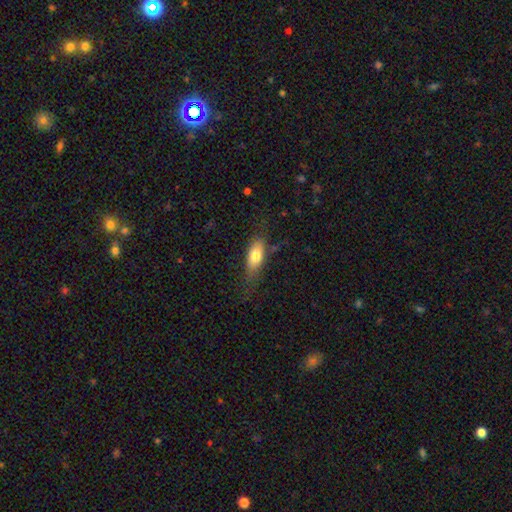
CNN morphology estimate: Smooth or featured? smooth (73%)
How rounded? in between (77%)
Merging? none (62%)